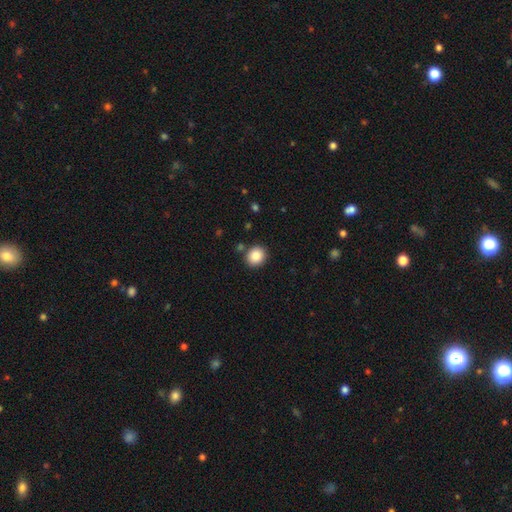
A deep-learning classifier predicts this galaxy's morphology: A smooth galaxy with no disk features (87%) that is round (76%). Merging: none (87%).